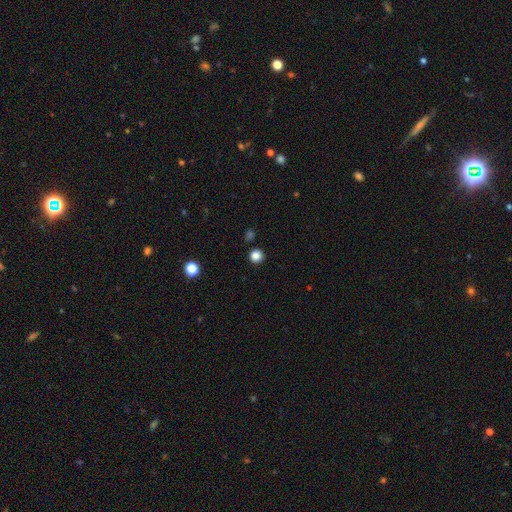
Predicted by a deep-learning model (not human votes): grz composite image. It shows a smooth galaxy with no disk features (85%) that is round (95%). Merging: none (91%).